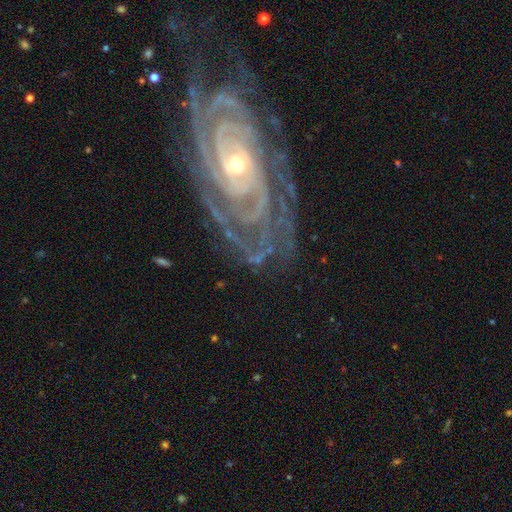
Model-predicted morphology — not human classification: Smooth or featured? featured or disk (84%)
Edge-on disk? no (95%)
Bar? no (62%)
Spiral arms? yes (94%)
Spiral winding? tight (67%)
Spiral arm count? can't tell (30%)
Bulge size? small (55%)
Merging? none (64%)